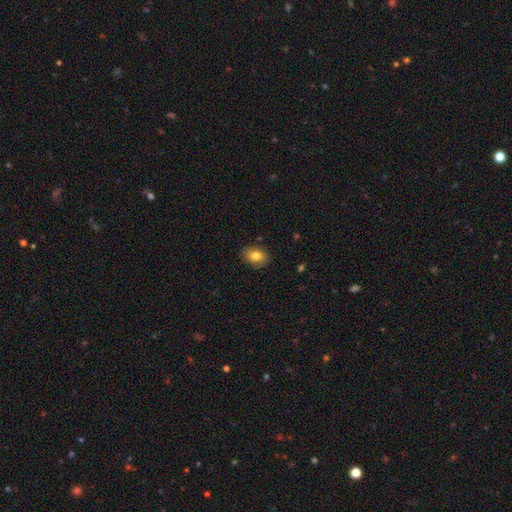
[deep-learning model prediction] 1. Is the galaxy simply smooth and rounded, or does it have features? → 79% smooth, 13% featured or disk, 9% star or artifact.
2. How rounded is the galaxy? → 70% in between, 28% round, 1% cigar-shaped.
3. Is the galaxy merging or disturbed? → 85% none, 11% minor disturbance, 2% major disturbance, 1% merger.